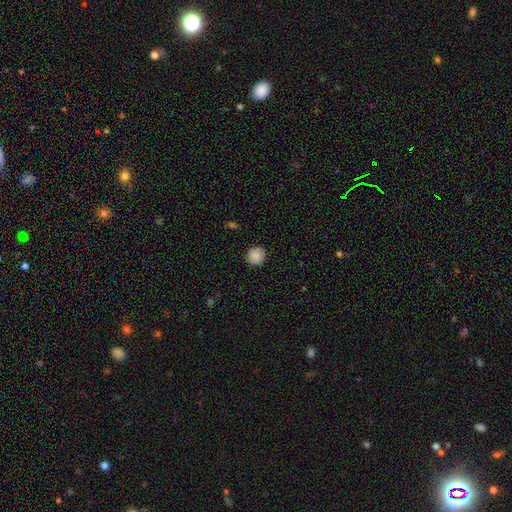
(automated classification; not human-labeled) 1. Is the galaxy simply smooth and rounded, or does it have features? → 89% smooth, 8% star or artifact, 3% featured or disk.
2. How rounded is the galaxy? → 92% round, 7% in between, 1% cigar-shaped.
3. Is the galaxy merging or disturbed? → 91% none, 6% minor disturbance, 2% major disturbance, 1% merger.